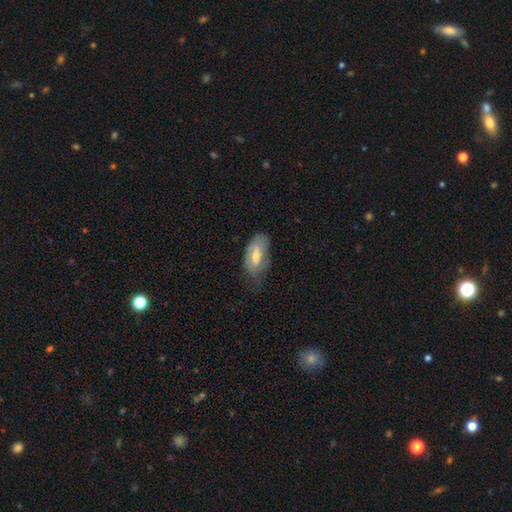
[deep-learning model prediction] Q: Smooth or featured?
A: smooth (56%); runner-up: featured or disk (37%)
Q: How rounded?
A: in between (89%); runner-up: cigar-shaped (8%)
Q: Merging?
A: none (51%); runner-up: minor disturbance (35%)